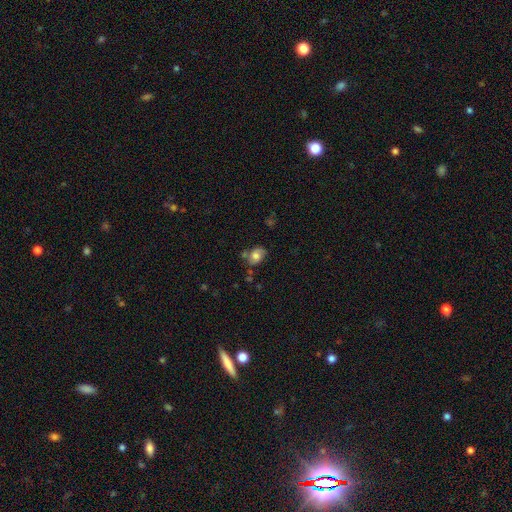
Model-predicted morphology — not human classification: type=smooth (62%); roundness=in between (66%); merging=none (56%).